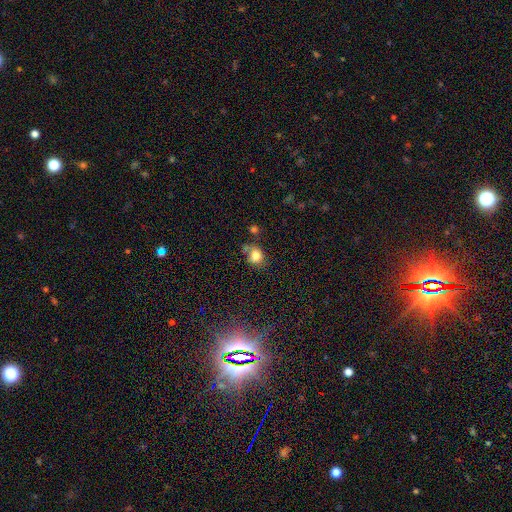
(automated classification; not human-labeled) smooth 81%, star or artifact 11%, featured or disk 8%. Down the decision tree: how rounded — round (62%); merging — none (55%).